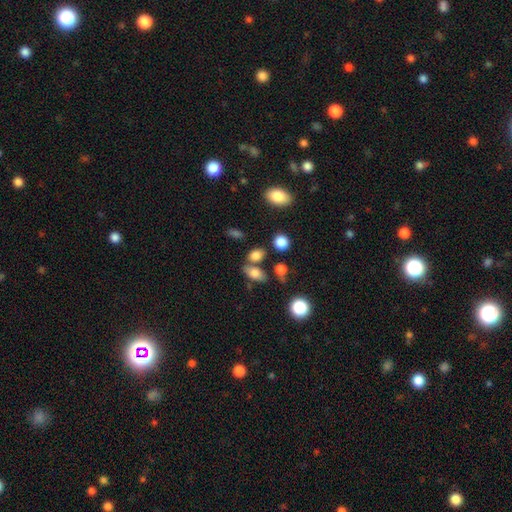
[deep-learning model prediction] This appears to be a smooth galaxy with no disk features (77%) that is in between round and cigar-shaped (75%). Merging: none (62%).